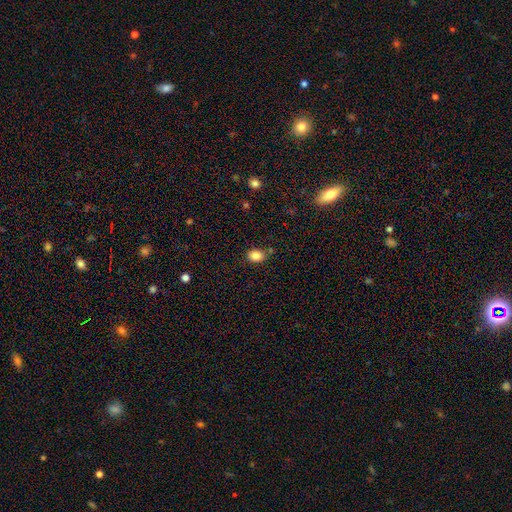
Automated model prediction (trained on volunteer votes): The model was most divided on "how rounded": in between: 62%, round: 37%, cigar-shaped: 1%. More confident: smooth or featured — smooth (85%); merging — none (79%).